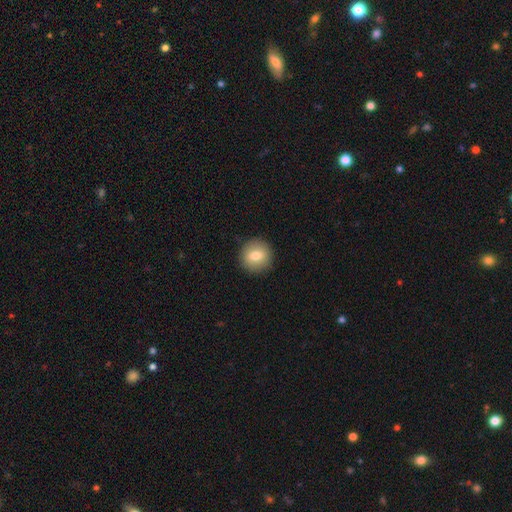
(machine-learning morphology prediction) Smooth or featured?
  - smooth: 75% *
  - featured or disk: 16%
  - star or artifact: 8%
How rounded?
  - round: 92% *
  - in between: 7%
  - cigar-shaped: 1%
Merging?
  - none: 91% *
  - minor disturbance: 6%
  - major disturbance: 2%
  - merger: 1%